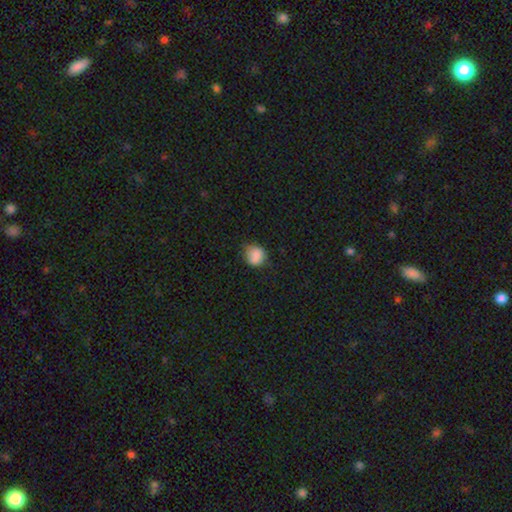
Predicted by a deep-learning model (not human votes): Smooth or featured? smooth (85%)
How rounded? round (77%)
Merging? none (64%)